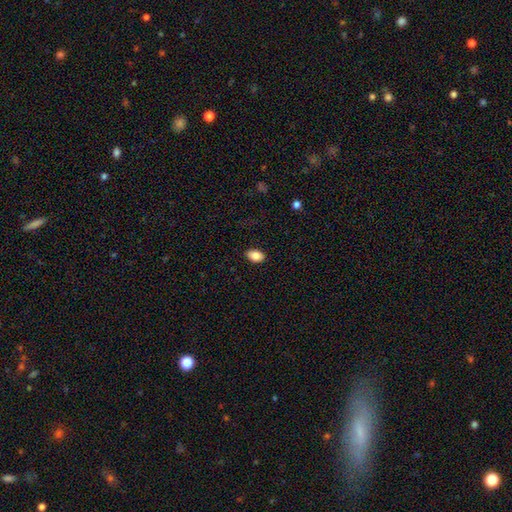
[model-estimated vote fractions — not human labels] Morphology: type=smooth (86%); roundness=in between (89%); merging=none (87%).